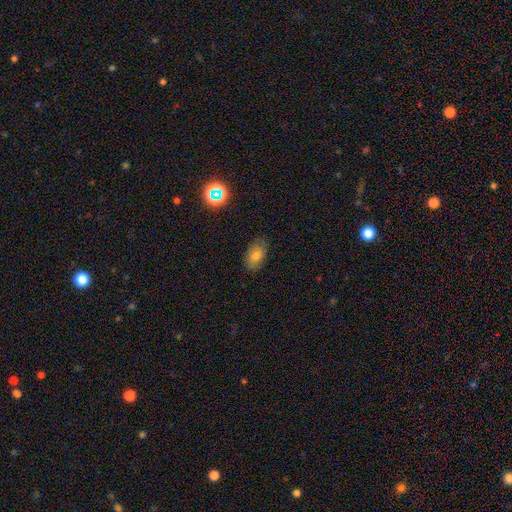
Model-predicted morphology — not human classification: The model was most divided on "smooth or featured": smooth: 72%, featured or disk: 16%, star or artifact: 12%. More confident: how rounded — in between (90%); merging — none (79%).